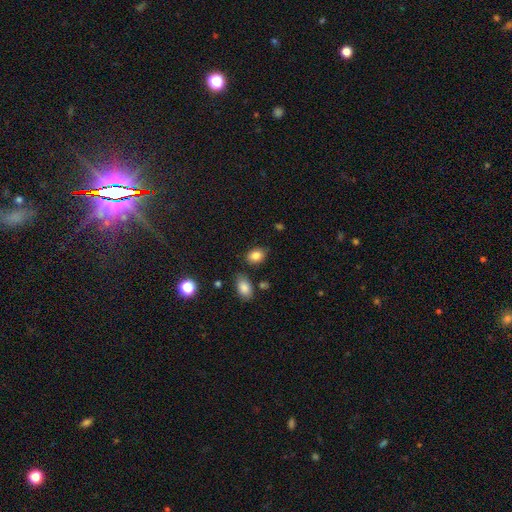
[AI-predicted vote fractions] Q: Smooth or featured?
A: smooth (84%); runner-up: star or artifact (9%)
Q: How rounded?
A: in between (75%); runner-up: round (24%)
Q: Merging?
A: none (77%); runner-up: minor disturbance (15%)